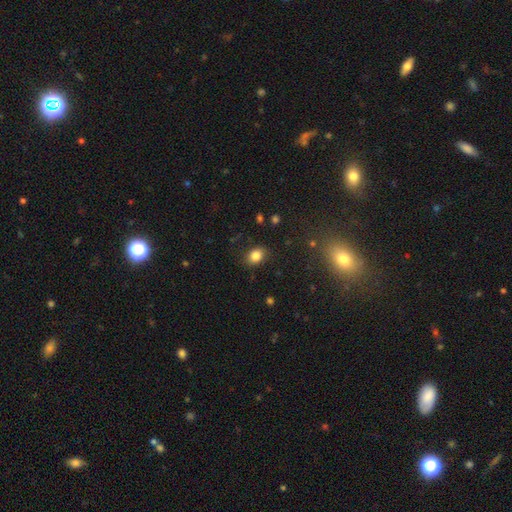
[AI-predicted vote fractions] This appears to be a smooth galaxy with no disk features (83%) that is in between round and cigar-shaped (65%). Merging: none (84%).